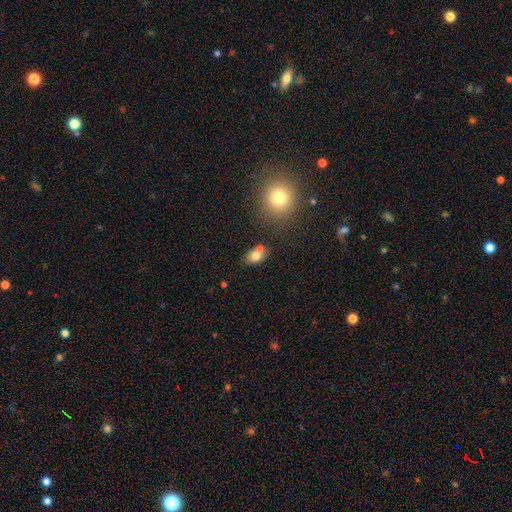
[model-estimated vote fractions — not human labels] Smooth or featured: smooth — 76% (featured or disk — 13%)
How rounded: in between — 76% (round — 22%)
Merging: none — 57% (merger — 25%)